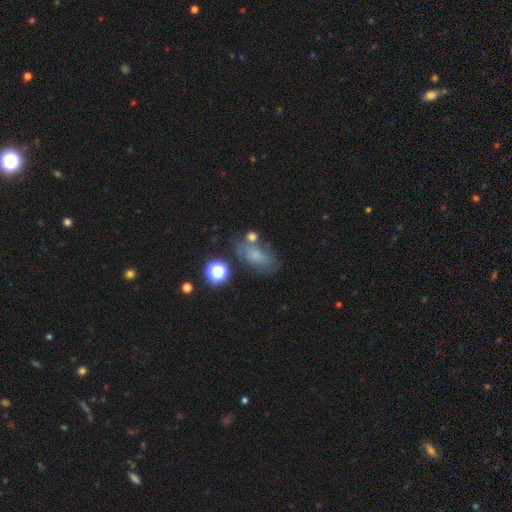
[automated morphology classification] type=smooth (57%); roundness=in between (82%); merging=none (50%).